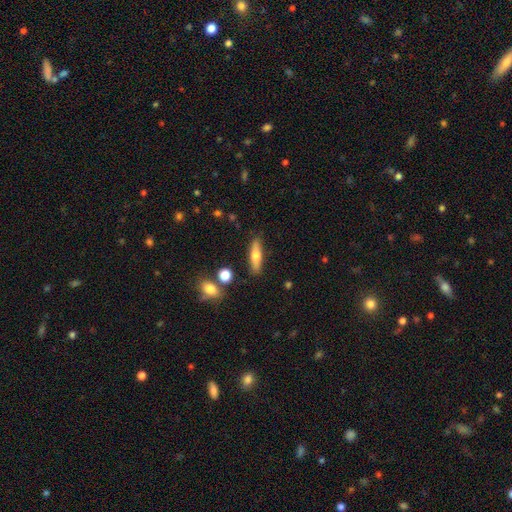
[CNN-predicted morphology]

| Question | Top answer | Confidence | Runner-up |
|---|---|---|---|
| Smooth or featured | smooth | 62% | featured or disk (32%) |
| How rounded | cigar-shaped | 67% | in between (30%) |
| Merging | none | 84% | minor disturbance (10%) |